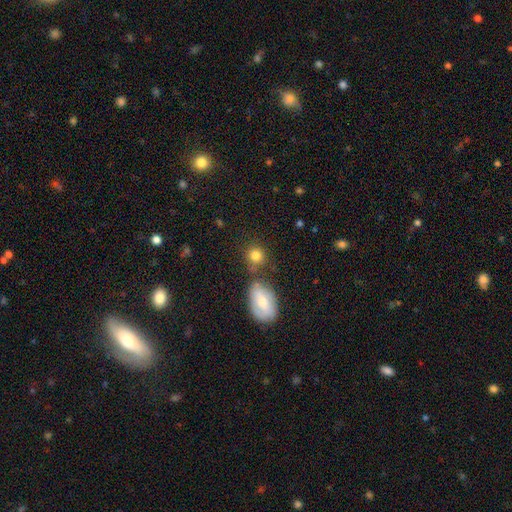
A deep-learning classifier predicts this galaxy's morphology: A smooth galaxy with no disk features (80%) that is round (79%).

Vote fractions:
- Smooth or featured? smooth: 80% / featured or disk: 10% / star or artifact: 10%
- How rounded? round: 79% / in between: 20% / cigar-shaped: 1%
- Merging? none: 66% / merger: 17% / minor disturbance: 12% / major disturbance: 5%